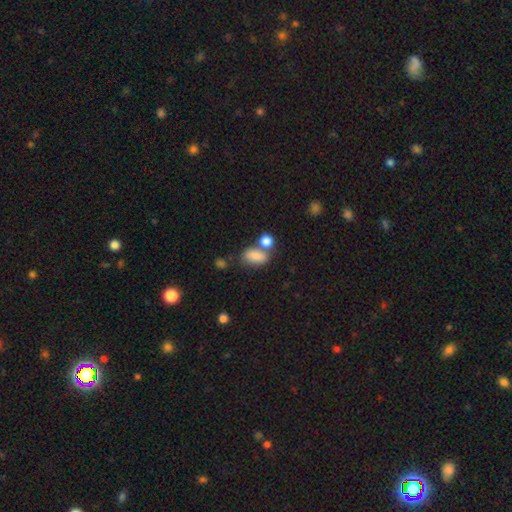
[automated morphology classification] smooth-or-featured: smooth: 82% | star or artifact: 9% | featured or disk: 9%
  how-rounded: in between: 85% | round: 12% | cigar-shaped: 3%
  merging: none: 44% | merger: 36% | minor disturbance: 14% | major disturbance: 6%